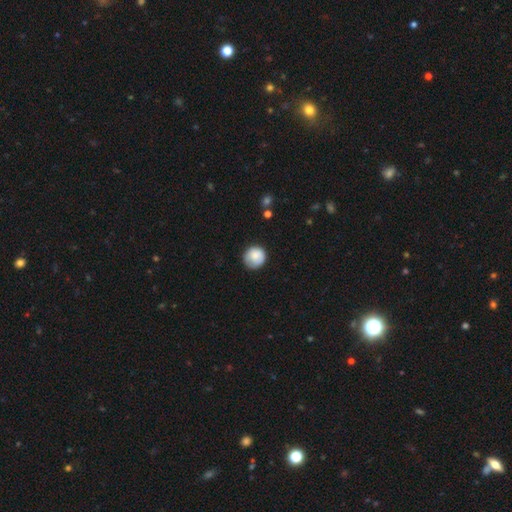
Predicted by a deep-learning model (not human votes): This is clearly a smooth galaxy (83%). How rounded: clearly round (90%). Merging: likely none (75%).